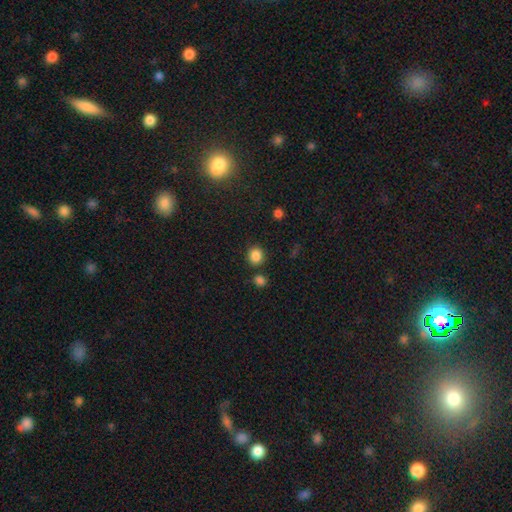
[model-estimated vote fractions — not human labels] A smooth galaxy with no disk features (86%) that is round (78%). Merging: none (80%).